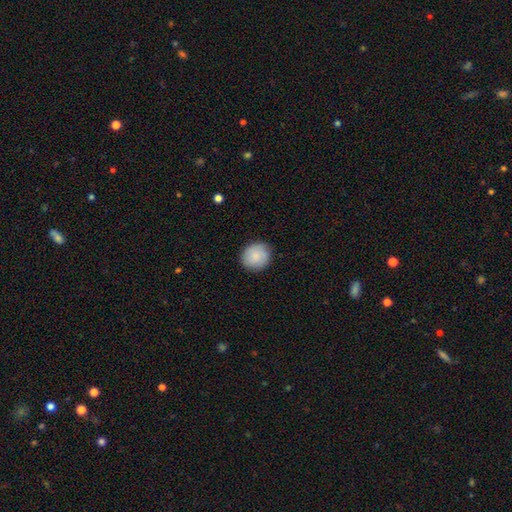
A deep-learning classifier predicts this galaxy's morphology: This appears to be a smooth galaxy with no disk features (85%) that is round (83%). Merging: none (87%).